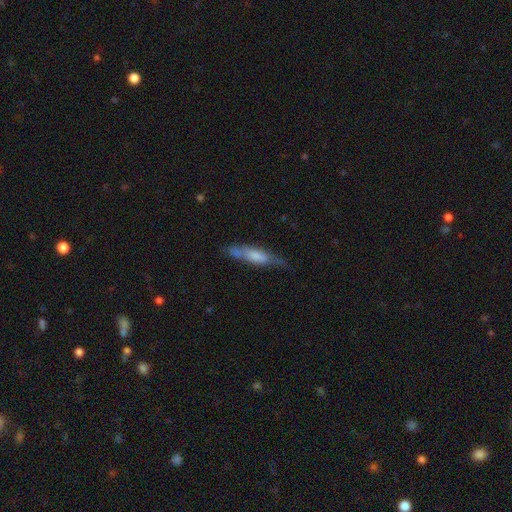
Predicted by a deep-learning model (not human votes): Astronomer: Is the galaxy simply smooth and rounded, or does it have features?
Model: smooth — 60%.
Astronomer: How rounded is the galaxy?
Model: cigar-shaped — 68%.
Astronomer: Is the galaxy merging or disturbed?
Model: none — 55%.